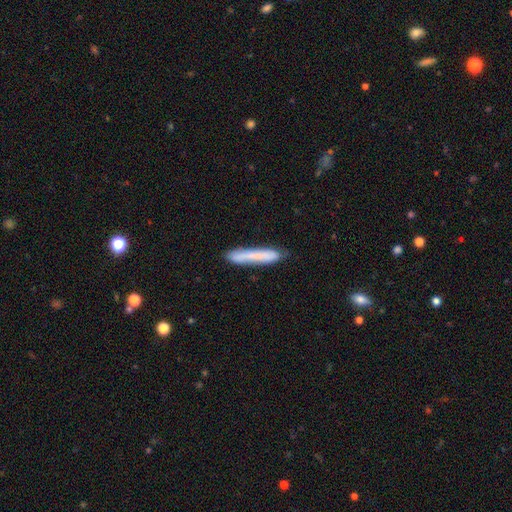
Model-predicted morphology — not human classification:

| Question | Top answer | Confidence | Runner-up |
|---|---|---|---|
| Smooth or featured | smooth | 71% | featured or disk (22%) |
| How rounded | cigar-shaped | 94% | in between (4%) |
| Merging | none | 79% | minor disturbance (15%) |